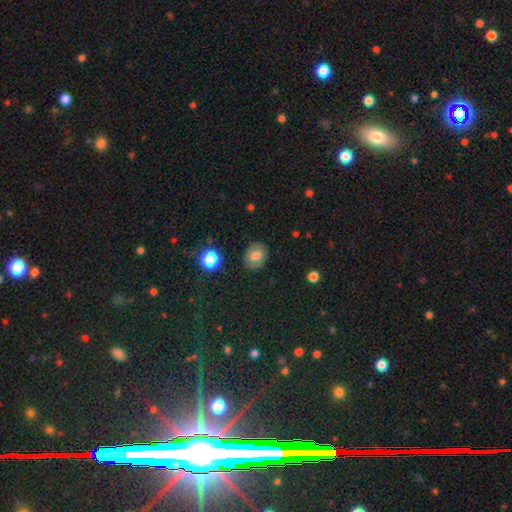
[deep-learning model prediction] smooth_or_featured: smooth (p=0.72) [alt: featured or disk p=0.18]
how_rounded: round (p=0.52) [alt: in between p=0.47]
merging: none (p=0.85) [alt: minor disturbance p=0.11]